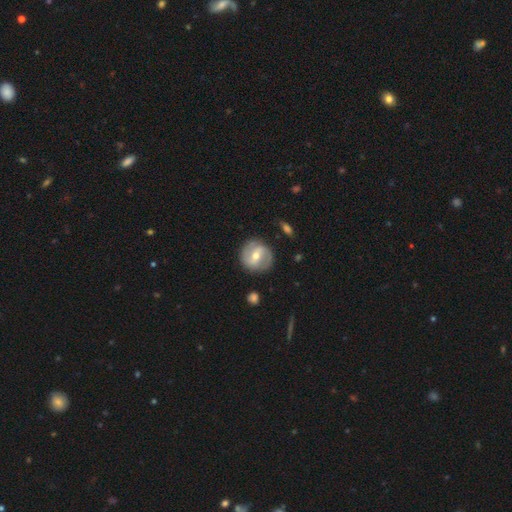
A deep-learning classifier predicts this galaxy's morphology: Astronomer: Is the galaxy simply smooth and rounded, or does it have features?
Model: featured or disk — 69%.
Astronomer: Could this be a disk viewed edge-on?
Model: no — 97%.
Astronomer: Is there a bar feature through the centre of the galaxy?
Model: weak — 44% (runner-up: strong, 34%).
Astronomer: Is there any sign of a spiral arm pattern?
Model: yes — 80%.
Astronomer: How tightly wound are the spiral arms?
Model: medium — 44% (runner-up: tight, 32%).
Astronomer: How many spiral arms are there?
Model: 2 — 86%.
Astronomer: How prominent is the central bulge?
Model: moderate — 61%.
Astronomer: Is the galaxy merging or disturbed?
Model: none — 84%.